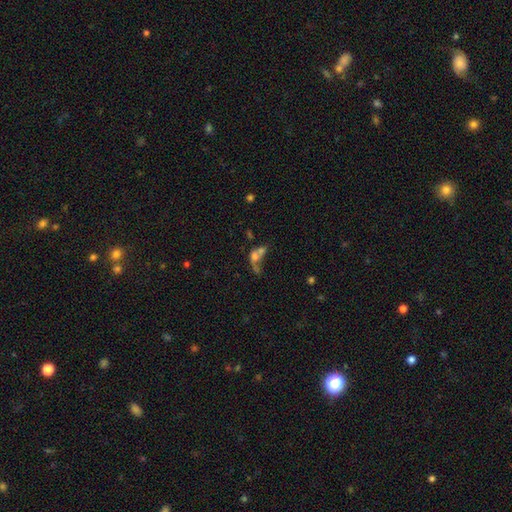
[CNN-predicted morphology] A smooth galaxy with no disk features (52%) that is in between round and cigar-shaped (60%).

Vote fractions:
- Smooth or featured? smooth: 52% / featured or disk: 32% / star or artifact: 16%
- How rounded? in between: 60% / round: 35% / cigar-shaped: 5%
- Merging? merger: 59% / major disturbance: 19% / none: 14% / minor disturbance: 8%